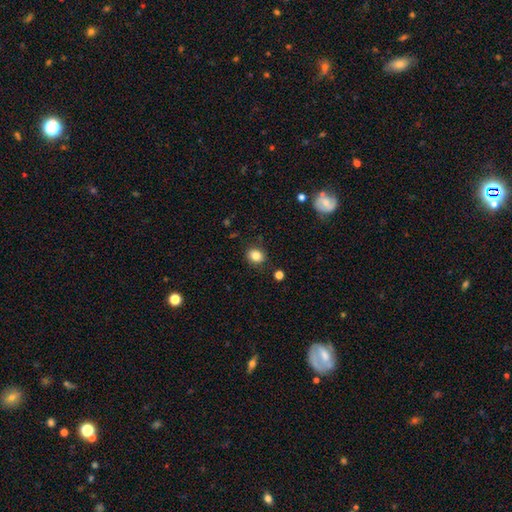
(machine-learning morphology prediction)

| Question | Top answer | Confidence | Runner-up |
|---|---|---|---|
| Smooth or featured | smooth | 83% | star or artifact (10%) |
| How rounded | round | 62% | in between (37%) |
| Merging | none | 84% | minor disturbance (11%) |